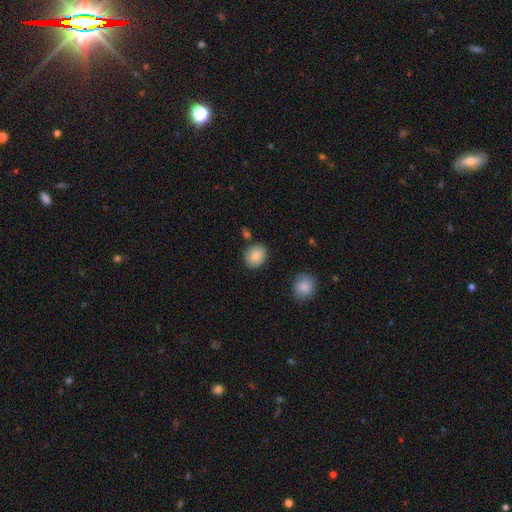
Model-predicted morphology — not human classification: smooth-or-featured: smooth: 85% | star or artifact: 8% | featured or disk: 7%
  how-rounded: round: 58% | in between: 41% | cigar-shaped: 1%
  merging: none: 82% | minor disturbance: 11% | merger: 4% | major disturbance: 3%